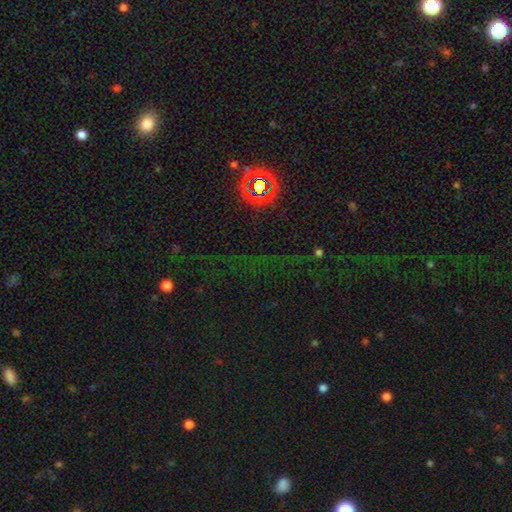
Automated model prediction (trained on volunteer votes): A star or artifact, not a galaxy (74%).

Vote fractions:
- Smooth or featured? star or artifact: 74% / smooth: 16% / featured or disk: 10%